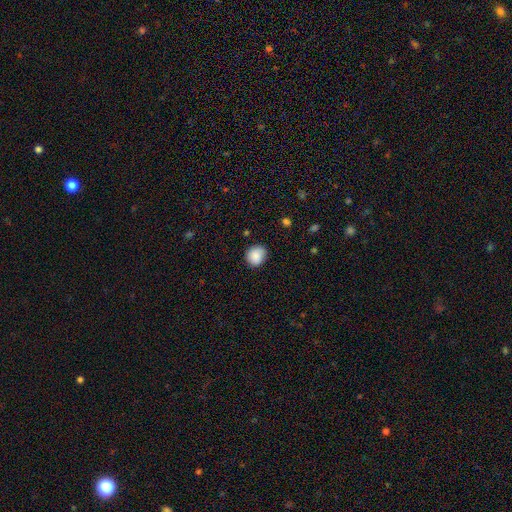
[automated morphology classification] Overall: smooth (87%). How rounded: round (83%). Merging: none (83%).